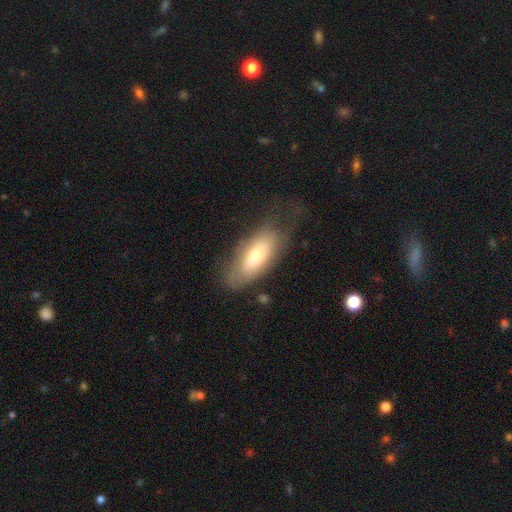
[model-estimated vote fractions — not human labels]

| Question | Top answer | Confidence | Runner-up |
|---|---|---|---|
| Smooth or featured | smooth | 69% | featured or disk (25%) |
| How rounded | in between | 83% | cigar-shaped (14%) |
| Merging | none | 54% | minor disturbance (26%) |